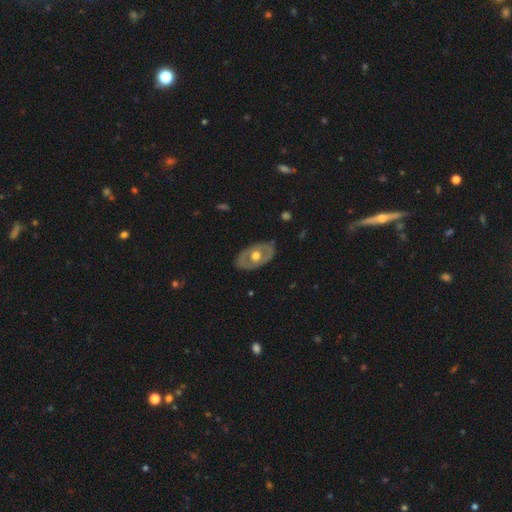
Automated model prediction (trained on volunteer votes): This appears to be a featured or disk galaxy (61%) with no bar (86%), no spiral arms (84%) and a moderate central bulge (71%). Merging: none (81%).